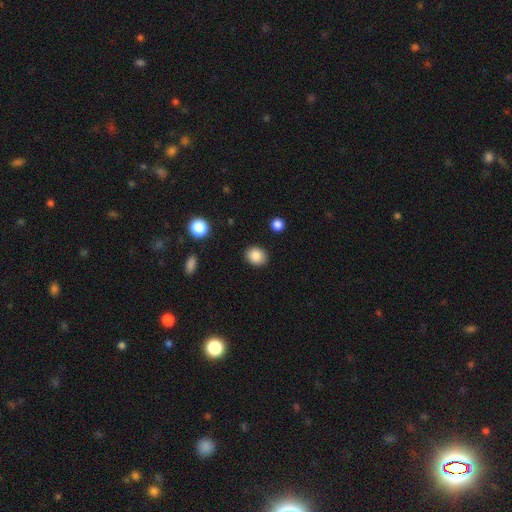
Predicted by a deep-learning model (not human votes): This appears to be a smooth galaxy with no disk features (87%) that is round (59%). Merging: none (87%).